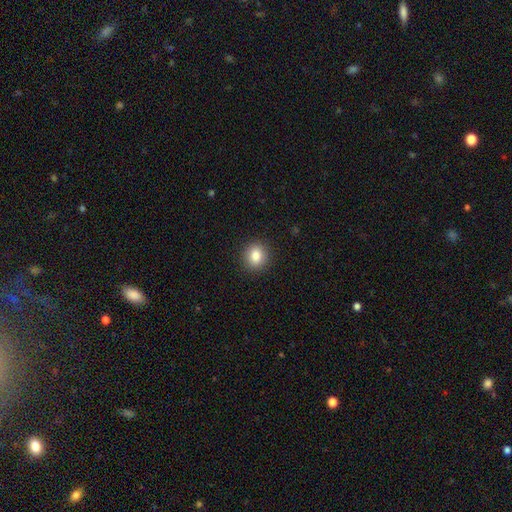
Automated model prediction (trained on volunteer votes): smooth_or_featured: smooth (p=0.84) [alt: star or artifact p=0.10]
how_rounded: round (p=0.77) [alt: in between p=0.22]
merging: none (p=0.91) [alt: minor disturbance p=0.06]